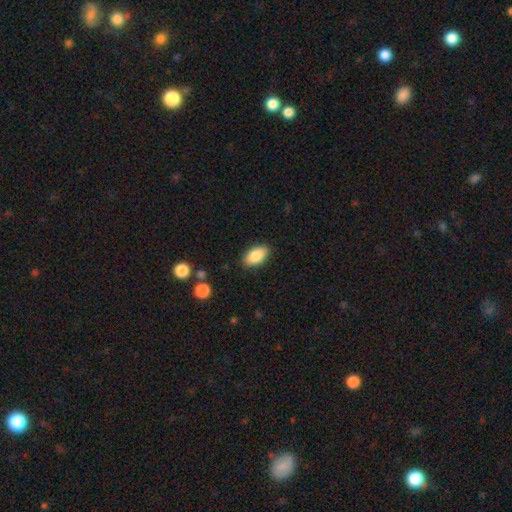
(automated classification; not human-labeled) Smooth or featured? Predicted: smooth (p=0.85). How rounded? Predicted: in between (p=0.92). Merging? Predicted: none (p=0.87).